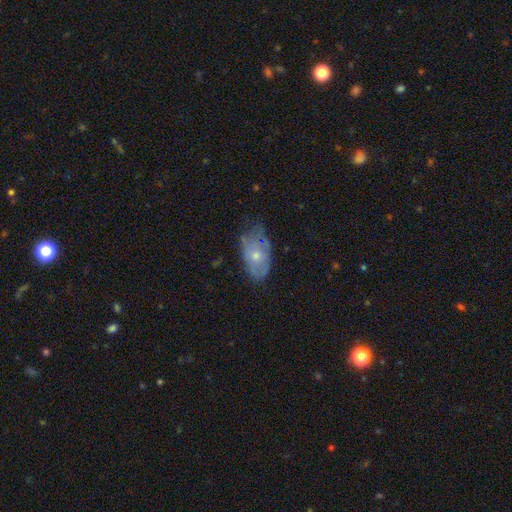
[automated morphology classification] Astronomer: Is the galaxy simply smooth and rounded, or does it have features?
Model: featured or disk — 46%, tied with smooth at 46%.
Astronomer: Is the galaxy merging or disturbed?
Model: none — 46% (runner-up: minor disturbance, 37%).